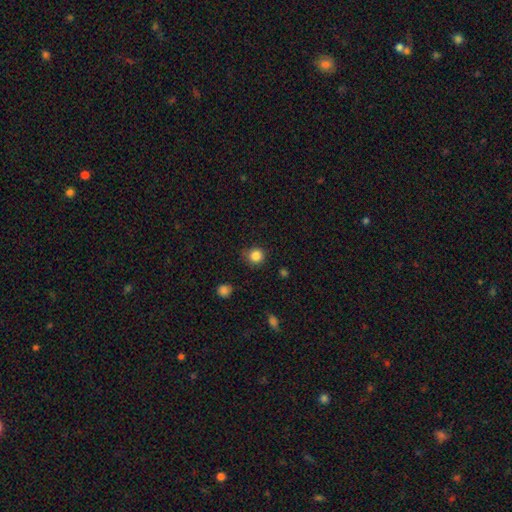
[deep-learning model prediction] A smooth galaxy with no disk features (85%) that is round (93%). Merging: none (83%).